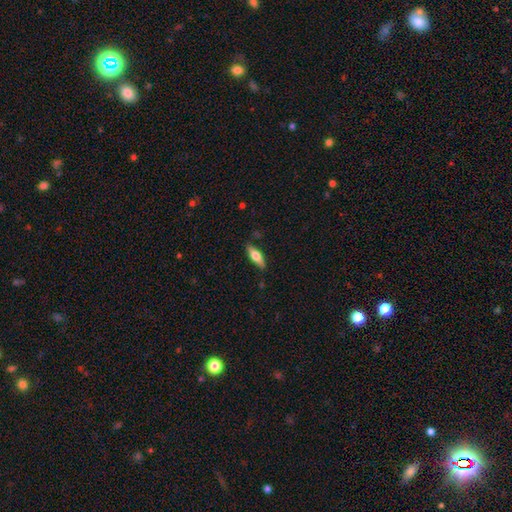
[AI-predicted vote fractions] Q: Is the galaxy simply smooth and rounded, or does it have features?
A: smooth — 56%.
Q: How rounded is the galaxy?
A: in between — 50%.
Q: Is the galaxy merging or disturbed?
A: none — 84%.